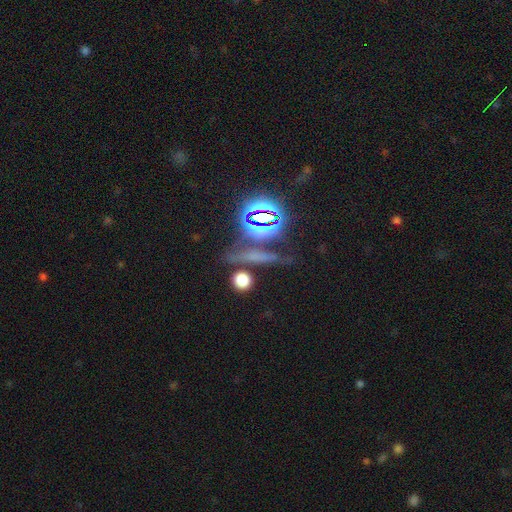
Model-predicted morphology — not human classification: A star or artifact, not a galaxy (47%).